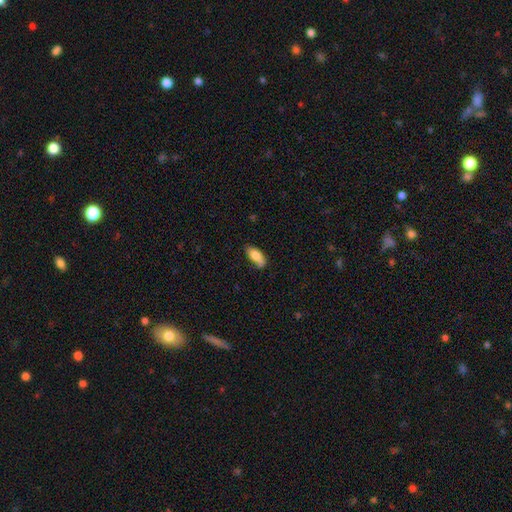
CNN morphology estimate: smooth_or_featured: smooth (p=0.78) [alt: featured or disk p=0.15]
how_rounded: in between (p=0.85) [alt: cigar-shaped p=0.12]
merging: none (p=0.59) [alt: minor disturbance p=0.29]